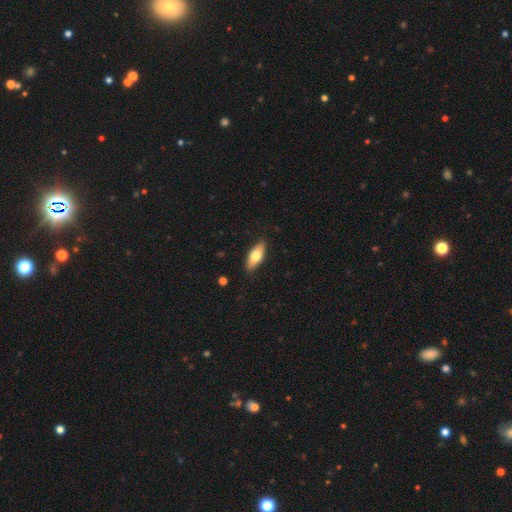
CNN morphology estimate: Smooth or featured?
  - smooth: 69% *
  - featured or disk: 25%
  - star or artifact: 6%
How rounded?
  - in between: 77% *
  - cigar-shaped: 20%
  - round: 3%
Merging?
  - none: 88% *
  - minor disturbance: 10%
  - major disturbance: 2%
  - merger: 1%